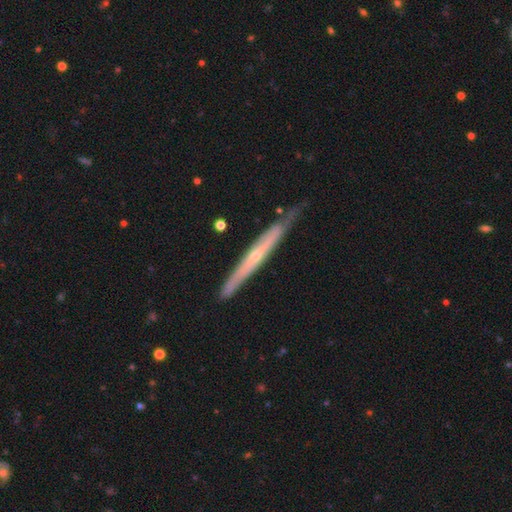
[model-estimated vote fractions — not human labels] smooth_or_featured: featured or disk (p=0.70) [alt: smooth p=0.25]
disk_edge_on: yes (p=0.90) [alt: no p=0.10]
edge_on_bulge: rounded (p=0.56) [alt: none p=0.41]
merging: none (p=0.72) [alt: minor disturbance p=0.23]